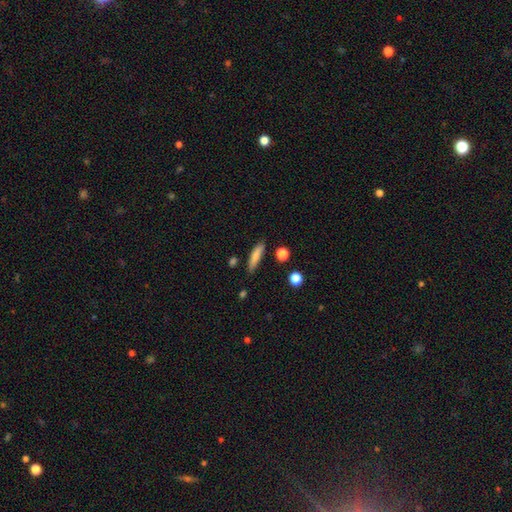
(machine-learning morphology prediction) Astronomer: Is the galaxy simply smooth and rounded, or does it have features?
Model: smooth — 81%.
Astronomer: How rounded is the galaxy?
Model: cigar-shaped — 75%.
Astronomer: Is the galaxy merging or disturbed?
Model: none — 79%.